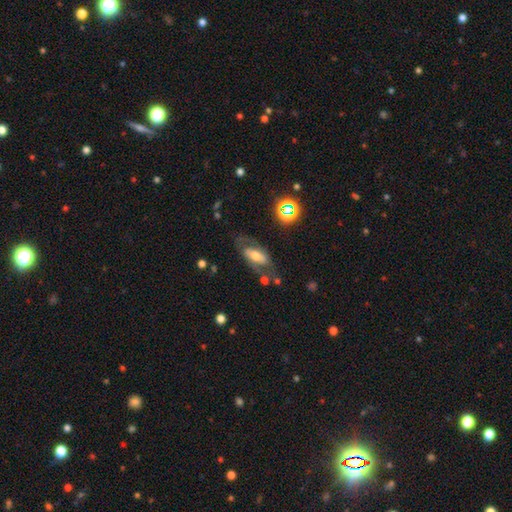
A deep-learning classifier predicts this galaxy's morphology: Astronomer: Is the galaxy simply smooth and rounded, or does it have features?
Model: featured or disk — 53% (runner-up: smooth, 36%).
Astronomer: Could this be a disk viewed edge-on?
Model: no — 83%.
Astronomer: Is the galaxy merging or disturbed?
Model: none — 58%.